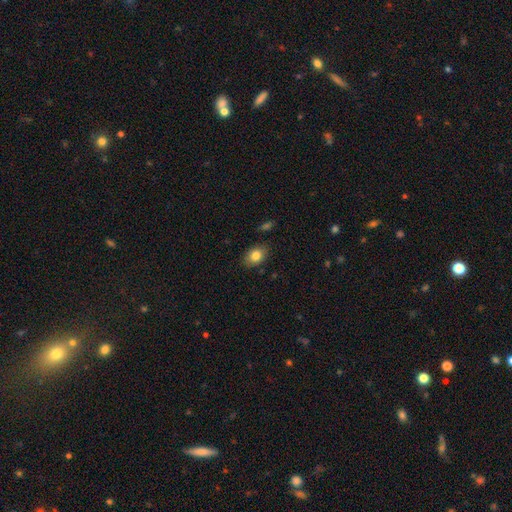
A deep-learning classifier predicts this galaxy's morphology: Smooth or featured: smooth — 82% (featured or disk — 9%)
How rounded: in between — 74% (round — 25%)
Merging: none — 84% (minor disturbance — 11%)